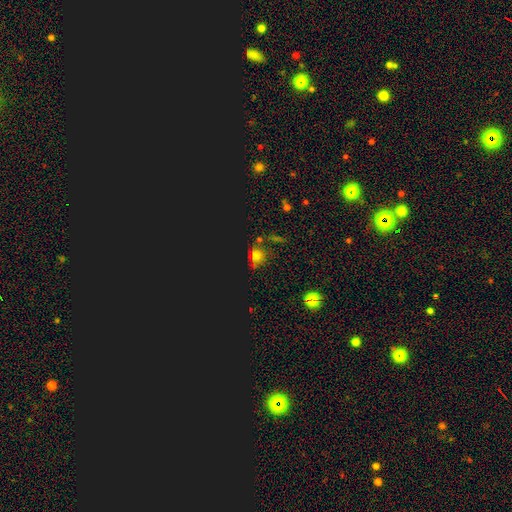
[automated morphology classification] Smooth or featured? star or artifact (47%)